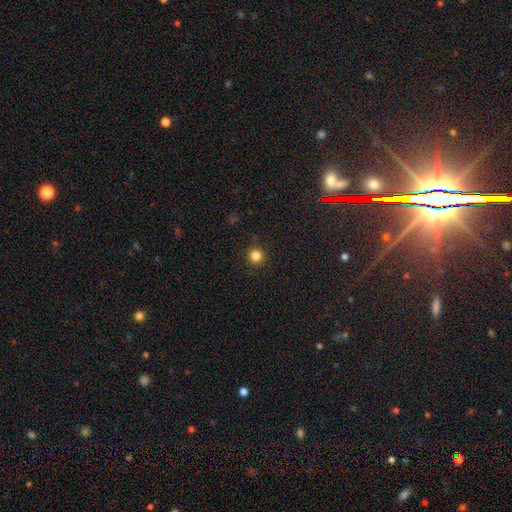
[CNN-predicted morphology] Smooth or featured? smooth (83%)
How rounded? round (96%)
Merging? none (92%)